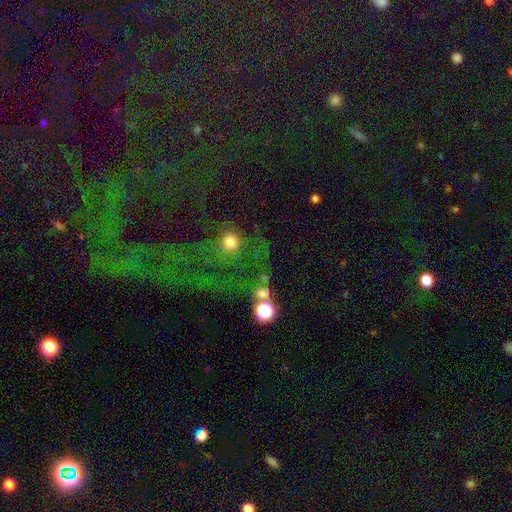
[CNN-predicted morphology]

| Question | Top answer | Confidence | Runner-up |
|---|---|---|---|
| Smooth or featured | star or artifact | 43% | smooth (36%) |